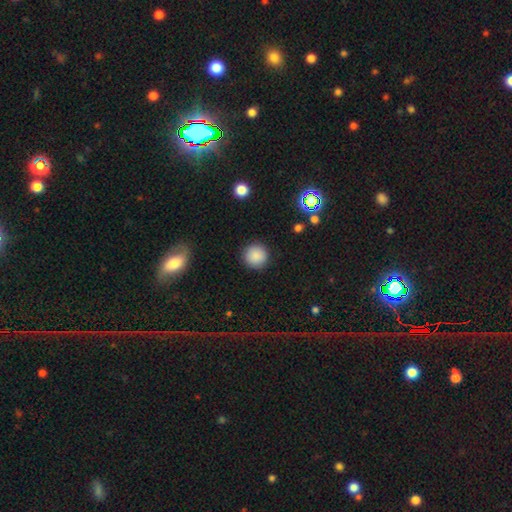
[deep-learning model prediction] This is clearly a smooth galaxy (87%). How rounded: clearly round (95%). Merging: clearly none (90%).